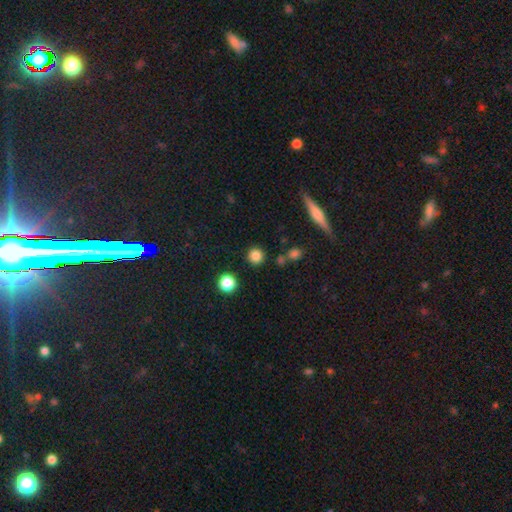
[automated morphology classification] smooth-or-featured: smooth: 83% | star or artifact: 13% | featured or disk: 5%
  how-rounded: round: 94% | in between: 5% | cigar-shaped: 1%
  merging: none: 88% | minor disturbance: 6% | merger: 4% | major disturbance: 2%